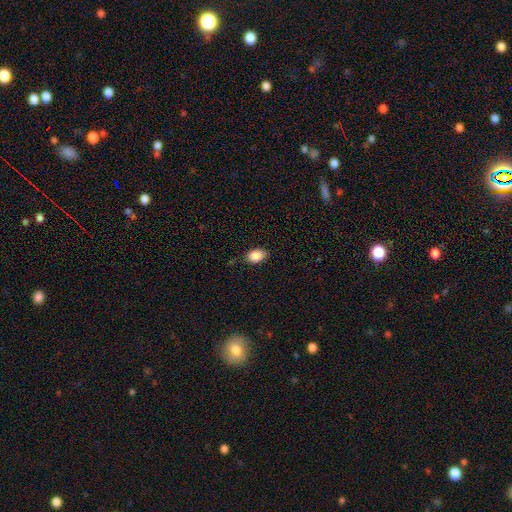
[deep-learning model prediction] A smooth galaxy with no disk features (88%) that is in between round and cigar-shaped (86%). Merging: none (80%).